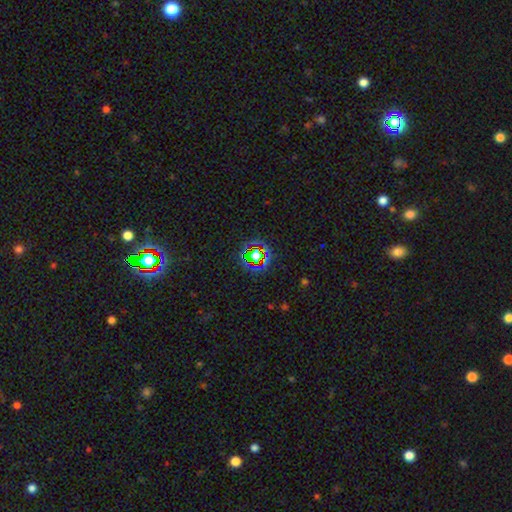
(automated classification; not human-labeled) Q: Smooth or featured?
A: star or artifact (69%); runner-up: smooth (19%)